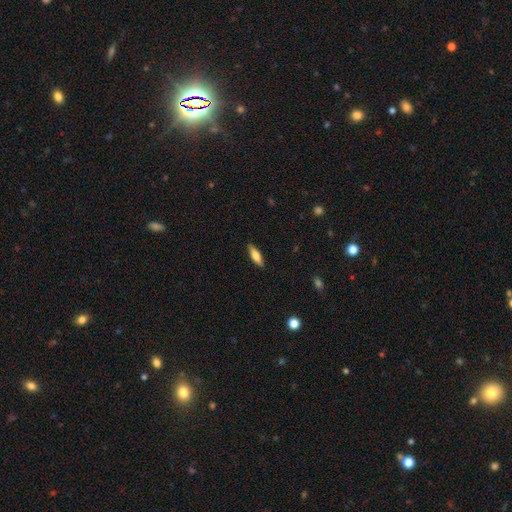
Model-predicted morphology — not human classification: smooth 71%, featured or disk 23%, star or artifact 6%. Down the decision tree: how rounded — cigar-shaped (56%); merging — none (88%).